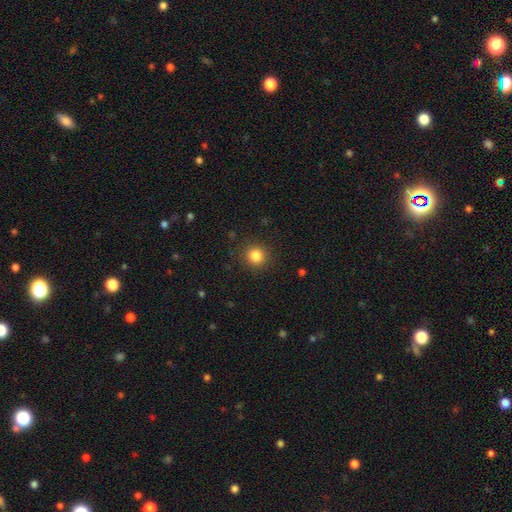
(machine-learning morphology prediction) Smooth or featured? Predicted: smooth (p=0.84). How rounded? Predicted: round (p=0.91). Merging? Predicted: none (p=0.90).